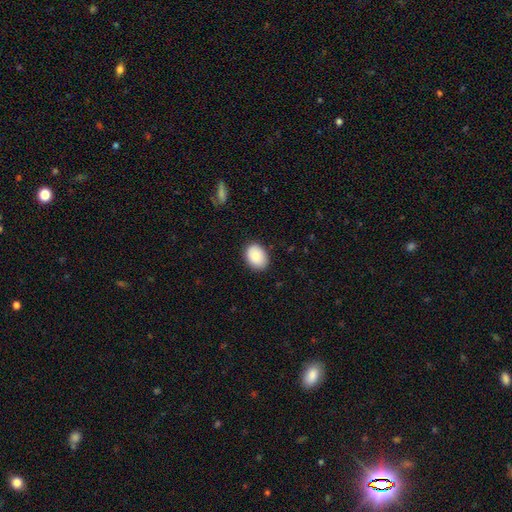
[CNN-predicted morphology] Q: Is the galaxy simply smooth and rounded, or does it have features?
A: smooth — 83%.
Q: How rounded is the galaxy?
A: in between — 73%.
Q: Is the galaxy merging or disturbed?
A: none — 86%.